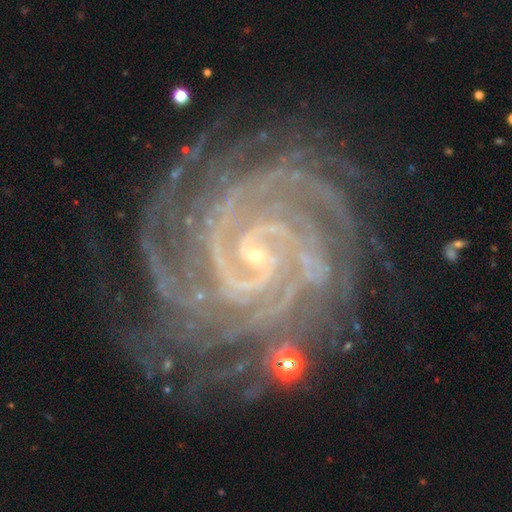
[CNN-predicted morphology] smooth_or_featured: featured or disk (p=0.93) [alt: star or artifact p=0.05]
disk_edge_on: no (p=0.98) [alt: yes p=0.02]
bar: no (p=0.44) [alt: weak p=0.34]
has_spiral_arms: yes (p=0.99) [alt: no p=0.01]
spiral_winding: tight (p=0.83) [alt: medium p=0.15]
spiral_arm_count: more than 4 (p=0.23) [alt: 4 p=0.22]
bulge_size: small (p=0.87) [alt: moderate p=0.08]
merging: none (p=0.74) [alt: minor disturbance p=0.17]